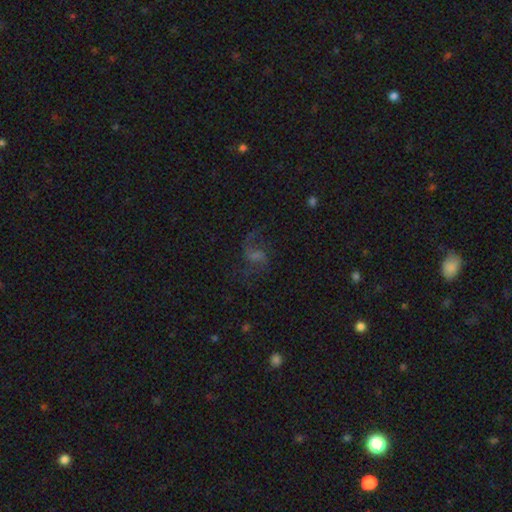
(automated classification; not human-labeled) The model was most divided on "bulge size": small: 34%, none: 33%, moderate: 24%, large: 7%, dominant: 2%. Remaining: edge-on disk — no (97%); spiral arms — yes (89%); spiral arm count — 2 (78%); spiral winding — loose (66%); smooth or featured — featured or disk (63%); merging — none (60%); bar — weak (46%).